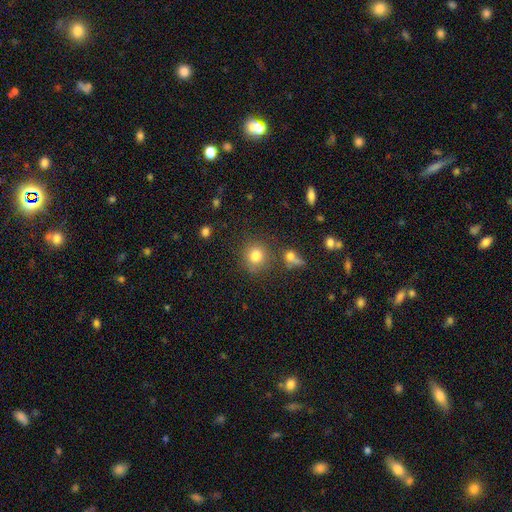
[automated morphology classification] type=smooth (80%); roundness=round (87%); merging=none (78%).